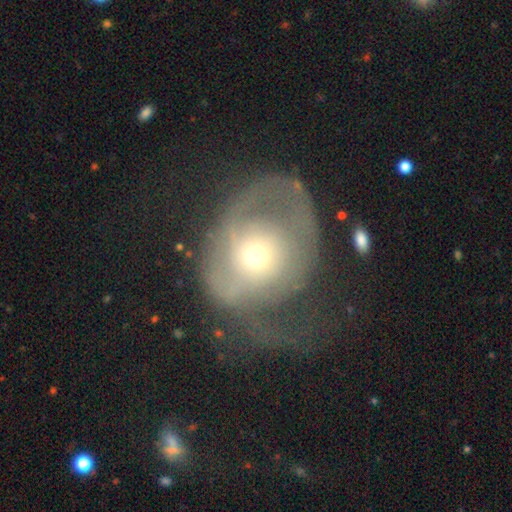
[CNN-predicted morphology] type=featured or disk (60%); edge-on=no (95%); bar=no (81%); spiral arms=yes (58%); bulge=moderate (55%); merging=major disturbance (53%).